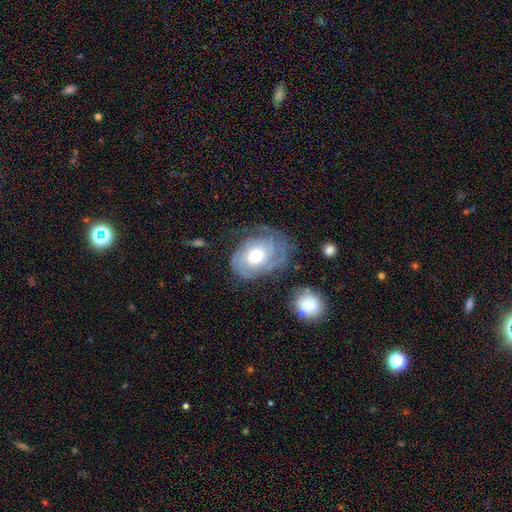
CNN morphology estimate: Smooth or featured? Predicted: featured or disk (p=0.79). Edge-on disk? Predicted: no (p=0.97). Bar? Predicted: no (p=0.79). Spiral arms? Predicted: yes (p=0.91). Spiral winding? Predicted: tight (p=0.64). Spiral arm count? Predicted: can't tell (p=0.34). Bulge size? Predicted: moderate (p=0.58). Merging? Predicted: none (p=0.58).